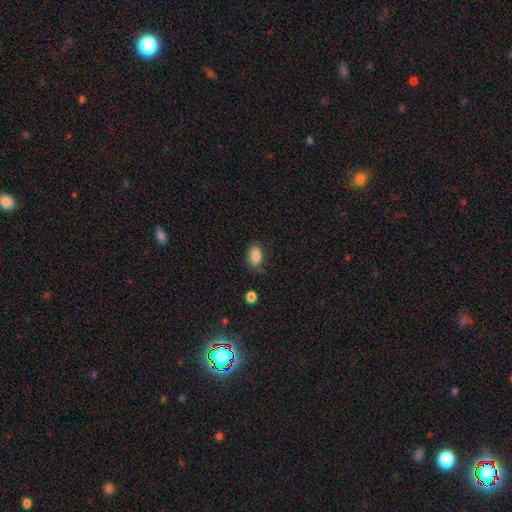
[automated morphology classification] Smooth or featured: smooth — 86% (star or artifact — 8%)
How rounded: in between — 88% (round — 10%)
Merging: none — 72% (minor disturbance — 22%)